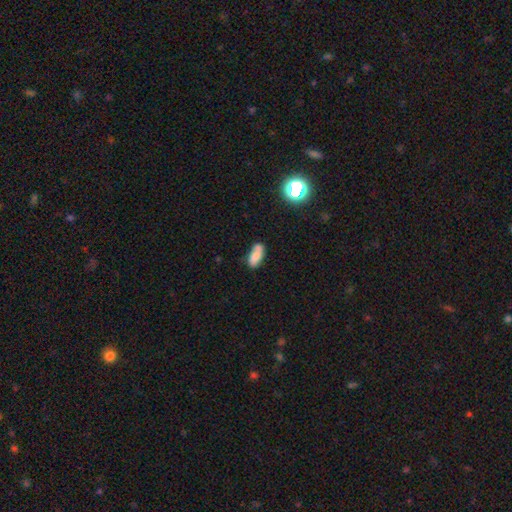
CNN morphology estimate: The model was most divided on "merging": none: 56%, minor disturbance: 24%, merger: 13%, major disturbance: 7%. More confident: how rounded — in between (82%); smooth or featured — smooth (69%).